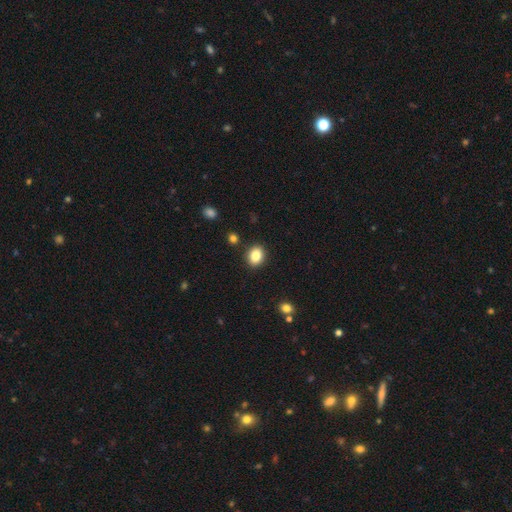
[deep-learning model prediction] A smooth galaxy with no disk features (85%) that is round (50%). Merging: none (89%).